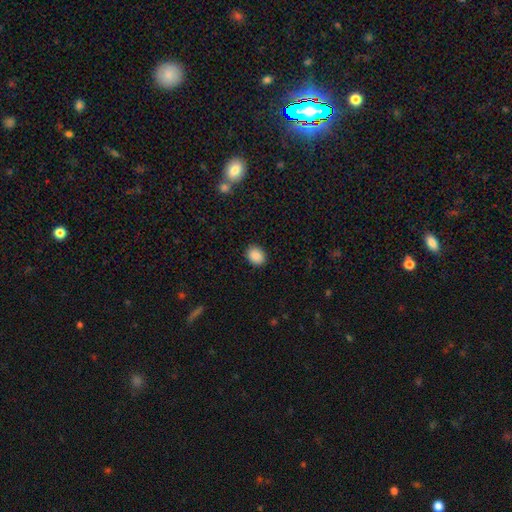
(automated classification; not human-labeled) Smooth or featured?
  - smooth: 89% *
  - star or artifact: 8%
  - featured or disk: 3%
How rounded?
  - in between: 57% *
  - round: 42%
  - cigar-shaped: 1%
Merging?
  - none: 90% *
  - minor disturbance: 7%
  - major disturbance: 2%
  - merger: 1%